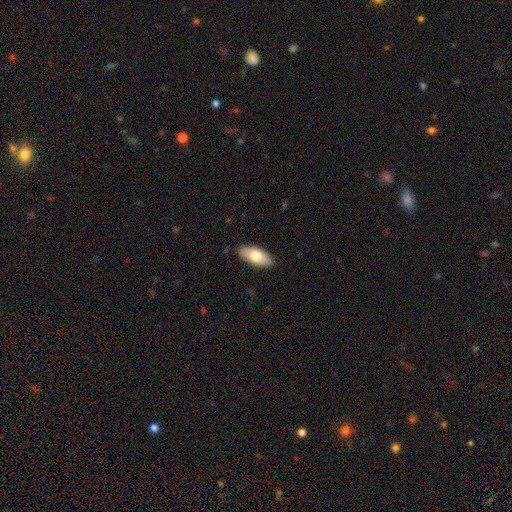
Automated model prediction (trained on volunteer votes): smooth 74%, featured or disk 21%, star or artifact 6%. Down the decision tree: how rounded — in between (89%); merging — none (87%).